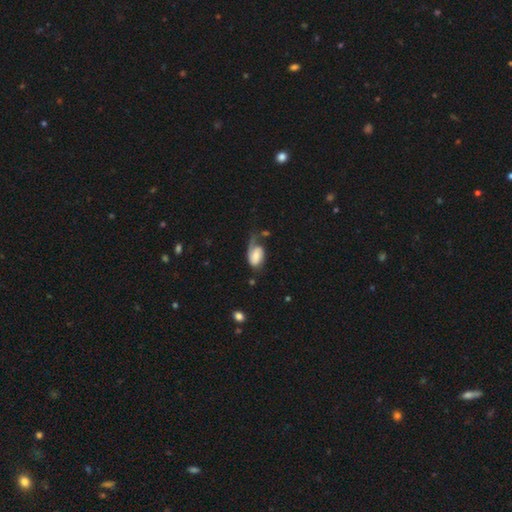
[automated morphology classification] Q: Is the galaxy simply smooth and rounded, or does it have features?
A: featured or disk — 50%.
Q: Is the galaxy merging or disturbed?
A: major disturbance — 37%.